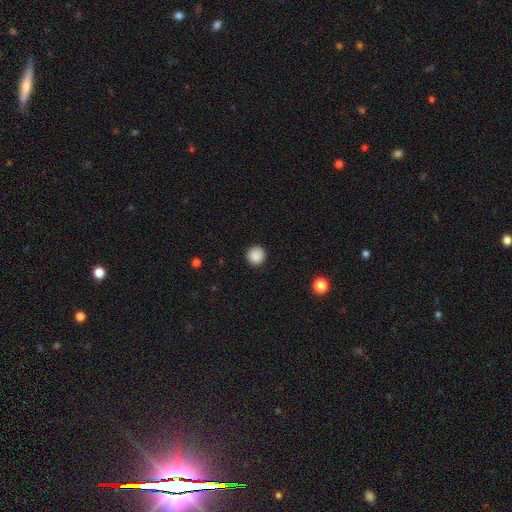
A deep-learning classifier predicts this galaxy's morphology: The model was most divided on "smooth or featured": smooth: 87%, star or artifact: 9%, featured or disk: 4%. More confident: how rounded — round (94%); merging — none (90%).